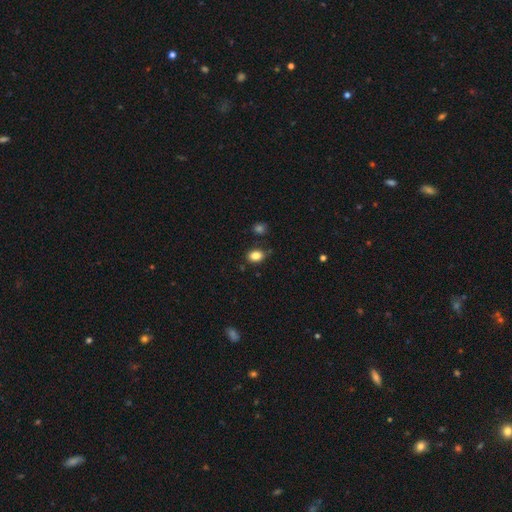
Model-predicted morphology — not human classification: Q: Smooth or featured?
A: smooth (85%); runner-up: star or artifact (10%)
Q: How rounded?
A: in between (73%); runner-up: round (25%)
Q: Merging?
A: none (80%); runner-up: minor disturbance (13%)